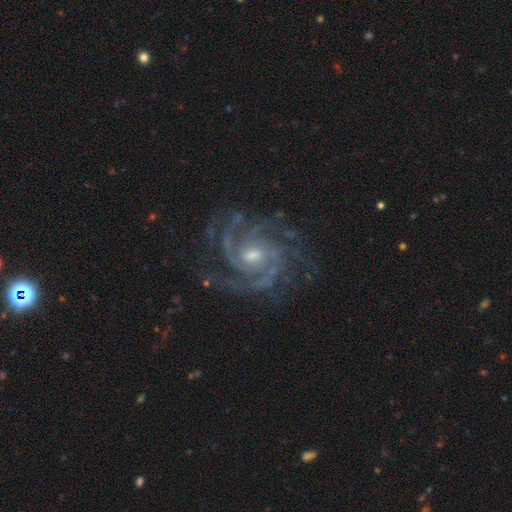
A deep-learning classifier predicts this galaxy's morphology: type=featured or disk (93%); edge-on=no (98%); bar=no (54%); spiral arms=yes (99%); winding=tight (59%); arm count=3 (31%); bulge=moderate (50%); merging=none (76%).